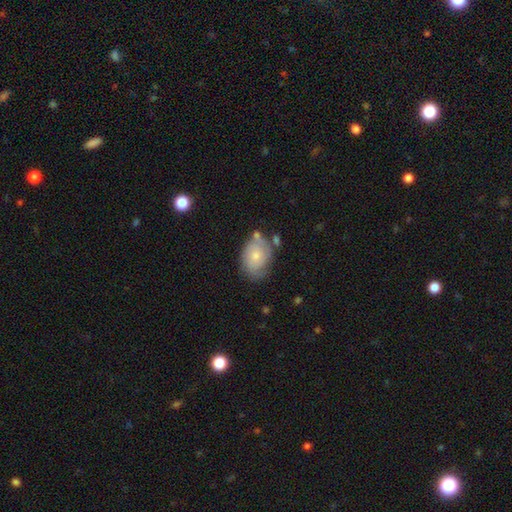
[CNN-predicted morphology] A smooth galaxy with no disk features (47%).

Vote fractions:
- Smooth or featured? smooth: 47% / featured or disk: 46% / star or artifact: 7%
- Merging? none: 53% / minor disturbance: 27% / major disturbance: 10% / merger: 9%